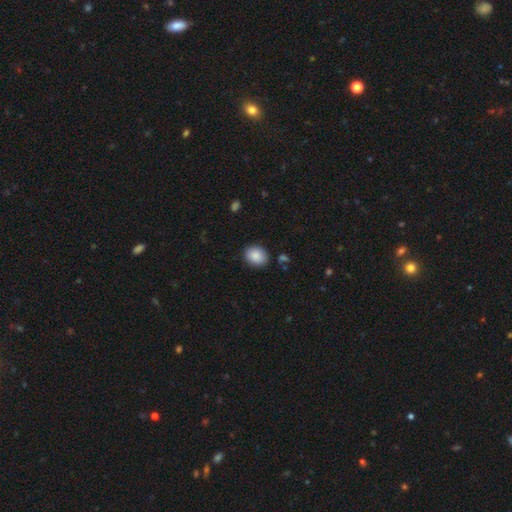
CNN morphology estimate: A smooth galaxy with no disk features (88%) that is in between round and cigar-shaped (53%). Merging: none (86%).